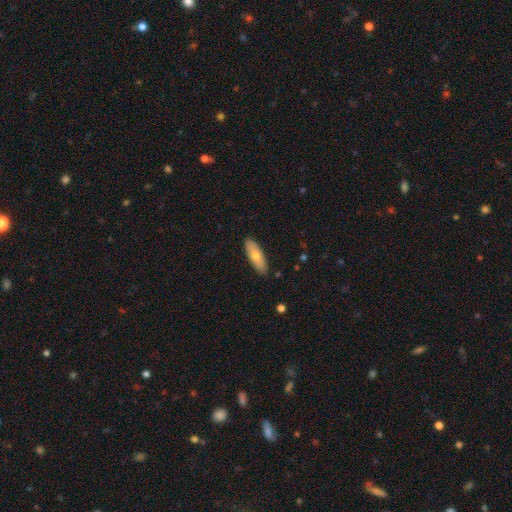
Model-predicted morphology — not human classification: type=smooth (67%); roundness=in between (61%); merging=none (87%).